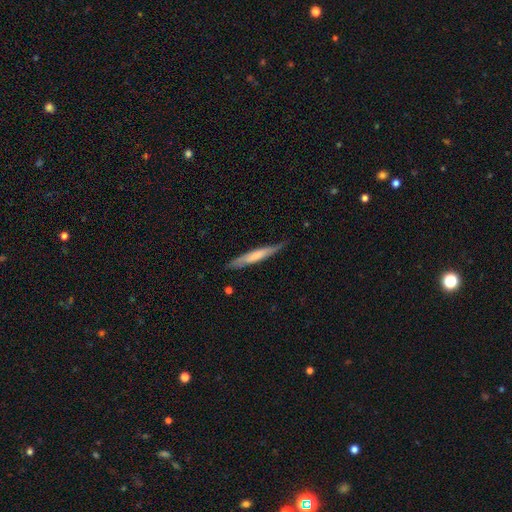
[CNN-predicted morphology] Overall: smooth (57%; featured or disk 37%). How rounded: cigar-shaped (92%). Merging: none (78%).